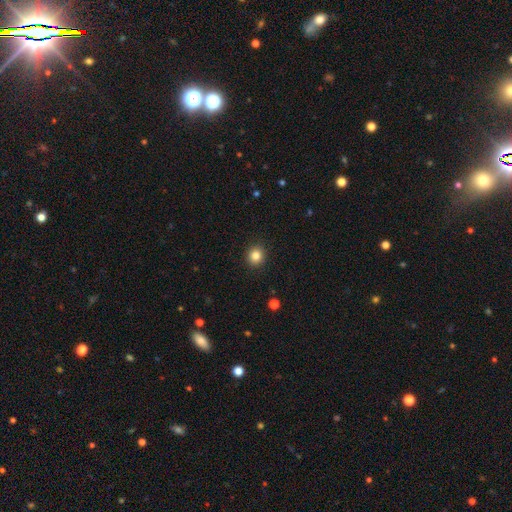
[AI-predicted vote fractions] Smooth or featured? Predicted: smooth (p=0.84). How rounded? Predicted: round (p=0.88). Merging? Predicted: none (p=0.92).